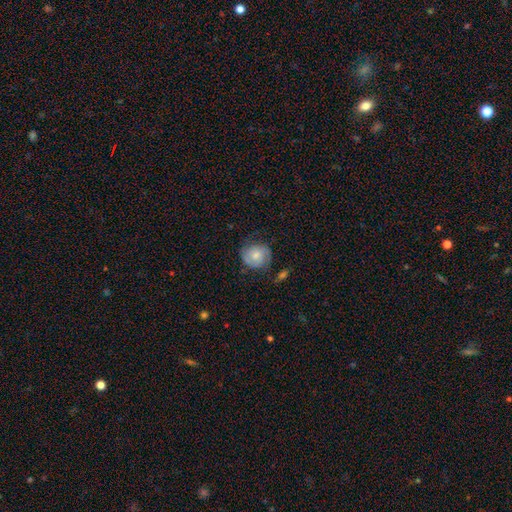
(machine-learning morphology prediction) This is possibly a featured or disk galaxy (50%). It is clearly not viewed edge-on (97%). Merging: likely none (69%).